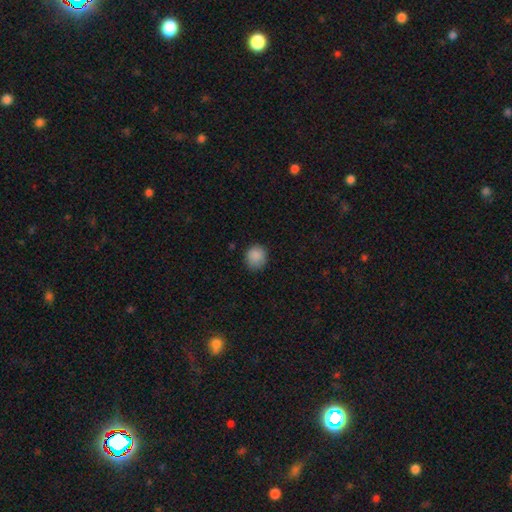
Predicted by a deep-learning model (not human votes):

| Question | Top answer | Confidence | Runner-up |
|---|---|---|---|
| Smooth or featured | smooth | 88% | star or artifact (9%) |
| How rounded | round | 85% | in between (15%) |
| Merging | none | 82% | minor disturbance (14%) |